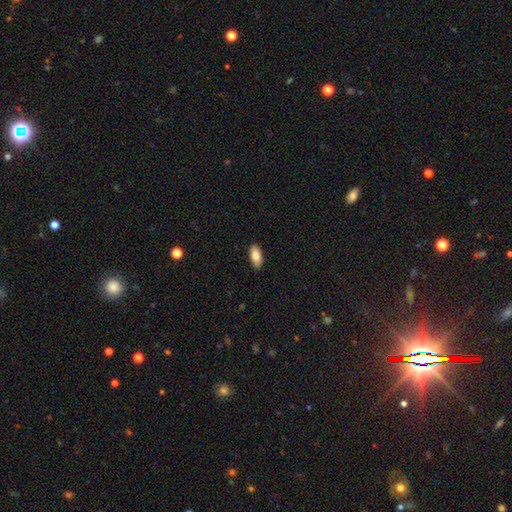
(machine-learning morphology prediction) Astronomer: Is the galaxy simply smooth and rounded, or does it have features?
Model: smooth — 86%.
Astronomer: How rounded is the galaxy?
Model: in between — 90%.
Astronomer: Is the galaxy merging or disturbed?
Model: none — 88%.